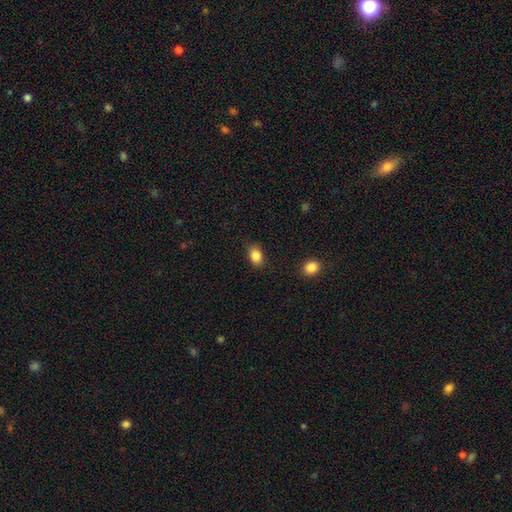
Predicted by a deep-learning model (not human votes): A smooth galaxy with no disk features (86%) that is in between round and cigar-shaped (80%).

Vote fractions:
- Smooth or featured? smooth: 86% / star or artifact: 9% / featured or disk: 5%
- How rounded? in between: 80% / round: 18% / cigar-shaped: 1%
- Merging? none: 85% / minor disturbance: 11% / major disturbance: 3% / merger: 1%